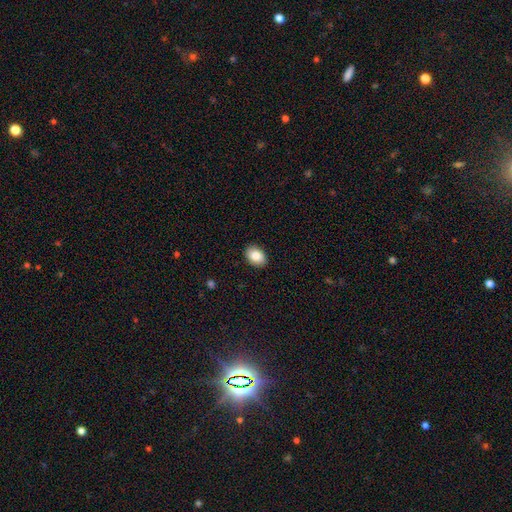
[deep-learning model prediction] smooth 85%, featured or disk 7%, star or artifact 7%. Down the decision tree: how rounded — in between (78%); merging — none (90%).